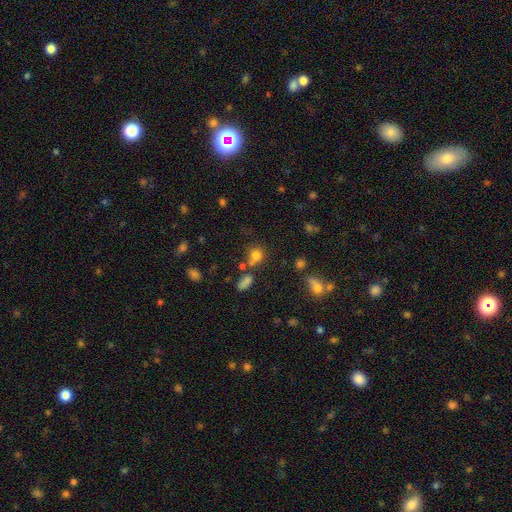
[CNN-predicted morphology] A smooth galaxy with no disk features (77%) that is round (75%).

Vote fractions:
- Smooth or featured? smooth: 77% / star or artifact: 15% / featured or disk: 8%
- How rounded? round: 75% / in between: 23% / cigar-shaped: 2%
- Merging? none: 56% / merger: 22% / minor disturbance: 15% / major disturbance: 7%